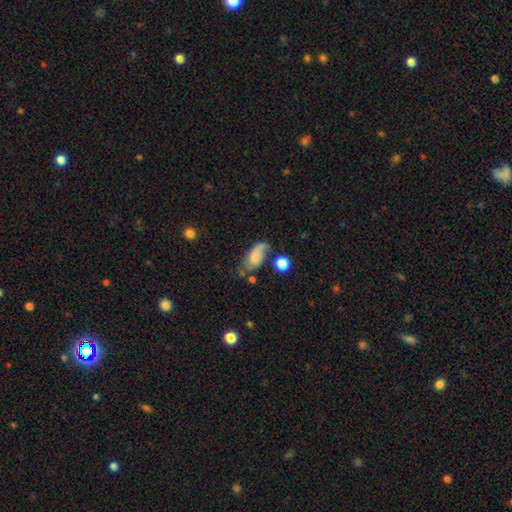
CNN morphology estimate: This appears to be a featured or disk galaxy (54%) with no bar (70%), spiral arms (87%) and a small central bulge (34%). Merging: none (43%).